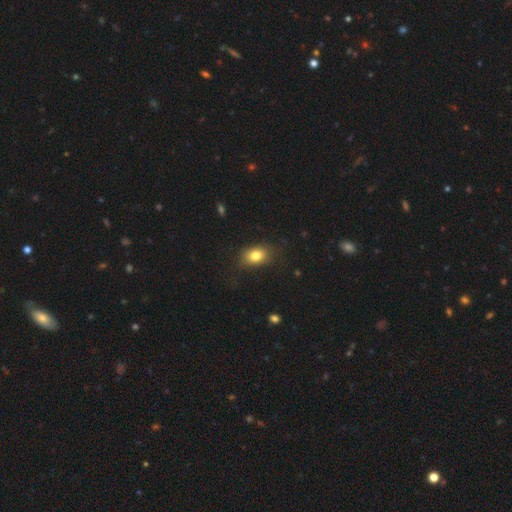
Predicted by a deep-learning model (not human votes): Smooth or featured: smooth — 81% (star or artifact — 10%)
How rounded: in between — 75% (round — 23%)
Merging: none — 78% (minor disturbance — 16%)